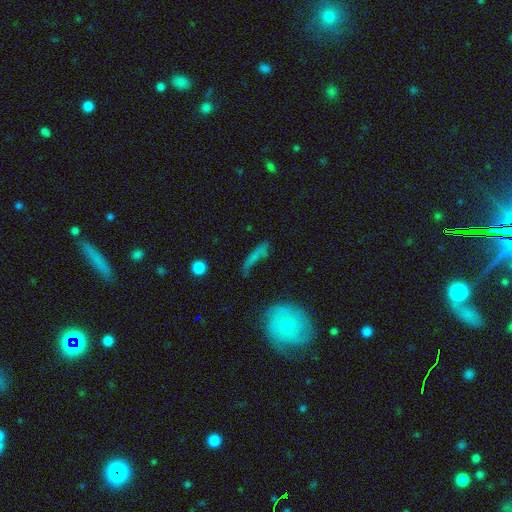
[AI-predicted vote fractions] smooth-or-featured: smooth: 56% | featured or disk: 31% | star or artifact: 14%
  how-rounded: cigar-shaped: 76% | in between: 18% | round: 6%
  merging: none: 56% | minor disturbance: 21% | major disturbance: 14% | merger: 9%